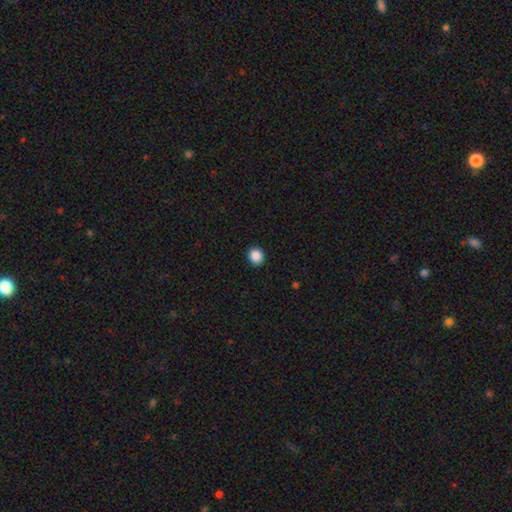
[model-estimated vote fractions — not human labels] Q: Smooth or featured?
A: smooth (88%); runner-up: star or artifact (9%)
Q: How rounded?
A: round (85%); runner-up: in between (14%)
Q: Merging?
A: none (93%); runner-up: minor disturbance (5%)